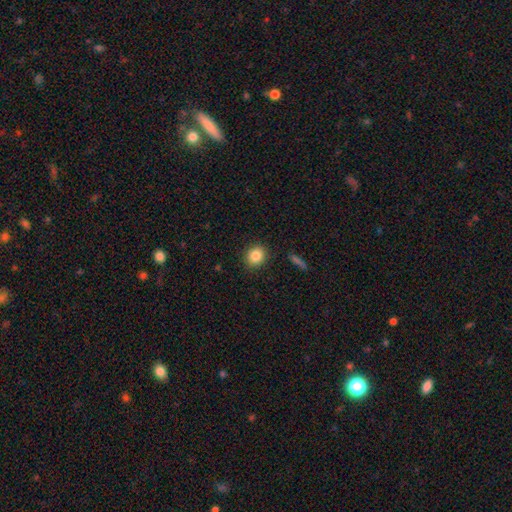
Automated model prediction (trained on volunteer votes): A smooth galaxy with no disk features (85%) that is round (77%).

Vote fractions:
- Smooth or featured? smooth: 85% / star or artifact: 10% / featured or disk: 6%
- How rounded? round: 77% / in between: 22% / cigar-shaped: 1%
- Merging? none: 90% / minor disturbance: 7% / major disturbance: 2% / merger: 1%